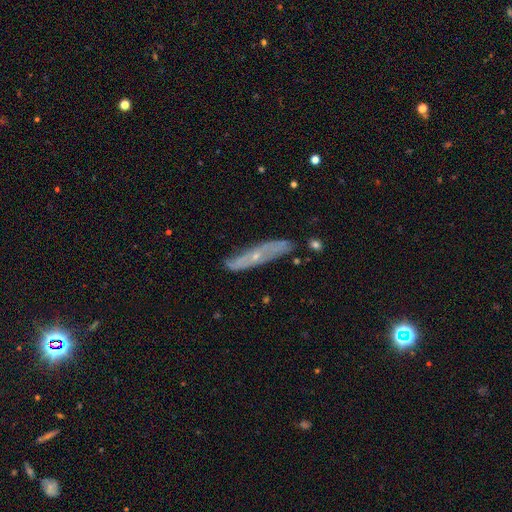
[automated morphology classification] Smooth or featured? Predicted: featured or disk (p=0.60). Edge-on disk? Predicted: yes (p=0.55). Merging? Predicted: none (p=0.79).